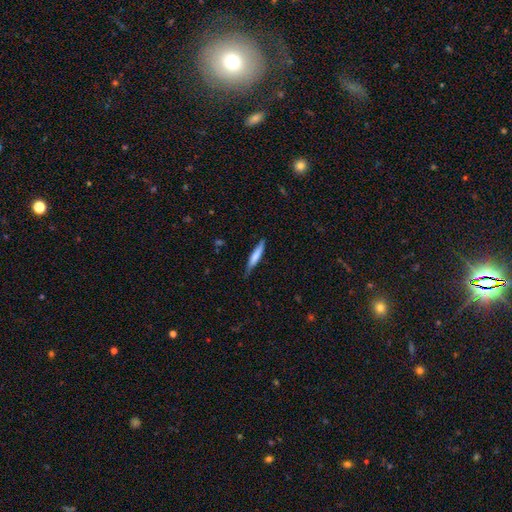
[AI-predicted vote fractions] Smooth or featured? Predicted: smooth (p=0.71). How rounded? Predicted: cigar-shaped (p=0.90). Merging? Predicted: none (p=0.72).